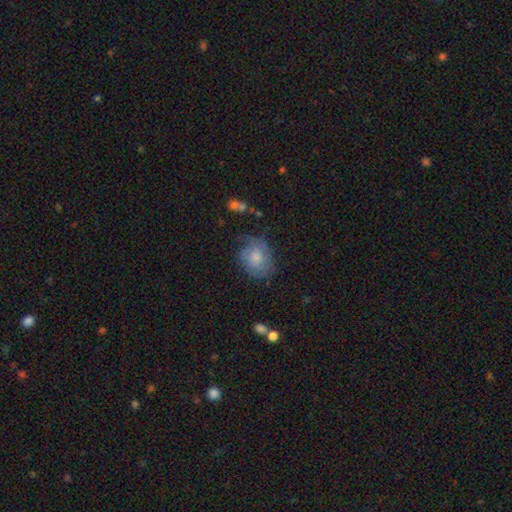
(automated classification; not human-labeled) Overall: smooth (52%; featured or disk 37%). How rounded: round (51%; in between 48%). Merging: none (66%).